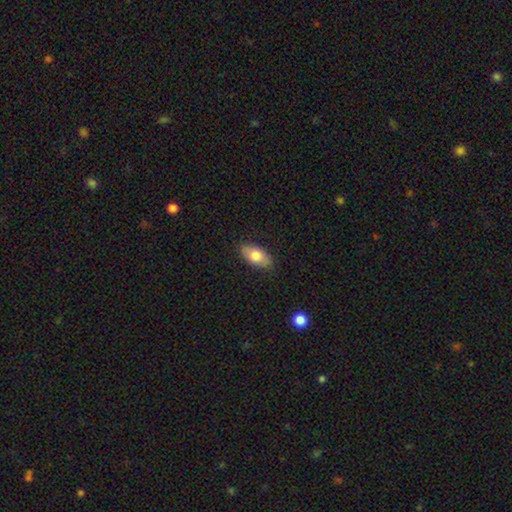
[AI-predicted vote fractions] smooth-or-featured: smooth: 77% | featured or disk: 17% | star or artifact: 6%
  how-rounded: in between: 91% | cigar-shaped: 5% | round: 4%
  merging: none: 86% | minor disturbance: 11% | major disturbance: 2% | merger: 1%